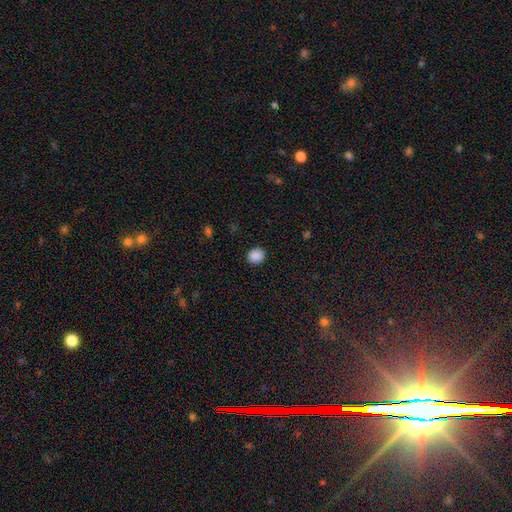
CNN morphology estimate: type=smooth (88%); roundness=round (79%); merging=none (91%).